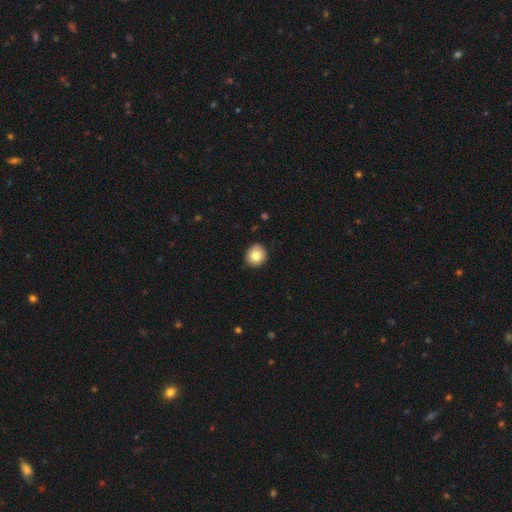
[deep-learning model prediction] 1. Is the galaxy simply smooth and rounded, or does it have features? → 81% smooth, 10% featured or disk, 9% star or artifact.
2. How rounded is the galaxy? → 90% round, 9% in between, 1% cigar-shaped.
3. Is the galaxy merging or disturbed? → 89% none, 8% minor disturbance, 2% major disturbance, 1% merger.